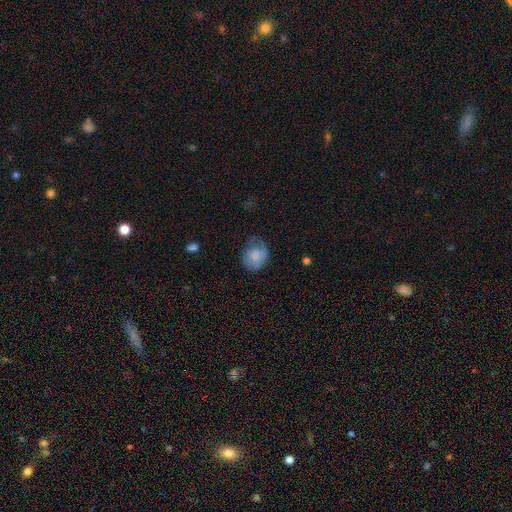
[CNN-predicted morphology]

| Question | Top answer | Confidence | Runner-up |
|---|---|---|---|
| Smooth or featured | smooth | 70% | featured or disk (23%) |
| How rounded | round | 61% | in between (38%) |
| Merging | none | 47% | minor disturbance (31%) |